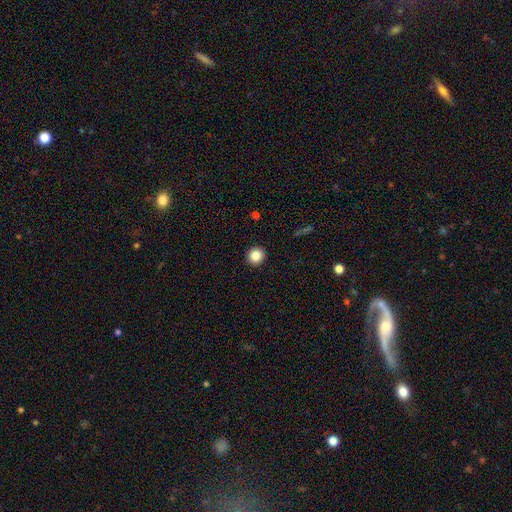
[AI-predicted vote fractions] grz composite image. It shows a smooth galaxy with no disk features (86%) that is round (94%). Merging: none (93%).